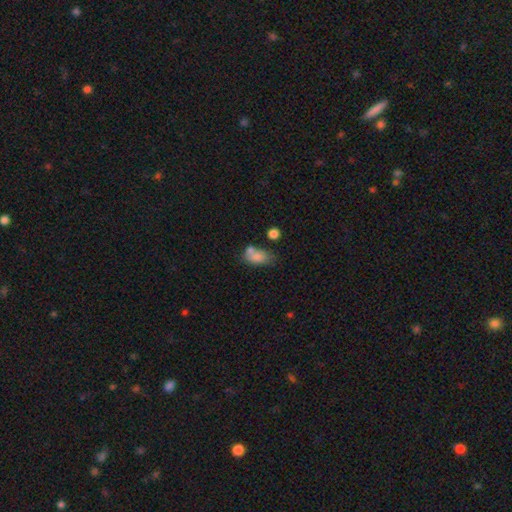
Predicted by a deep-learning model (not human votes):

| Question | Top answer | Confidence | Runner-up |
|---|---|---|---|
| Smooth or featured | smooth | 76% | featured or disk (14%) |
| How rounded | in between | 84% | round (13%) |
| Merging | none | 35% | merger (31%) |